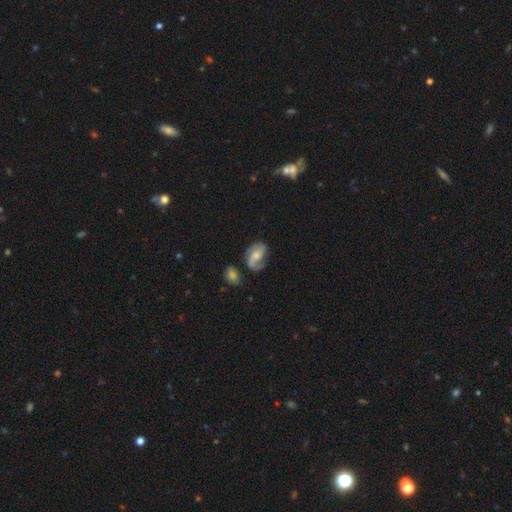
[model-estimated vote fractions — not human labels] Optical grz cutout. It shows a featured or disk galaxy (70%) with no bar (45%), 2 (74%) medium (45%) spiral arms (91%) and a moderate central bulge (48%). Merging: none (56%).